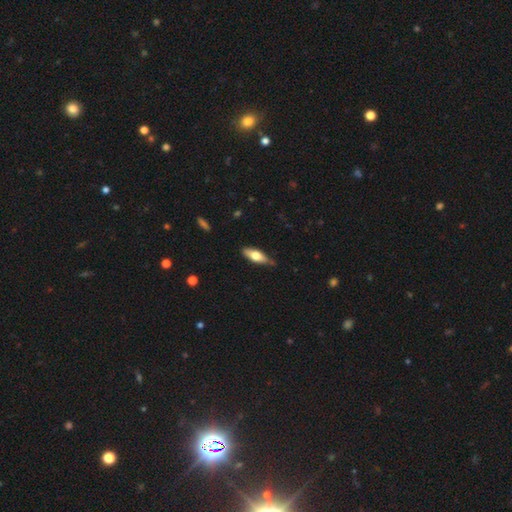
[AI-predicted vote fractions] Overall: smooth (60%; featured or disk 34%). How rounded: in between (62%; cigar-shaped 35%). Merging: none (76%).